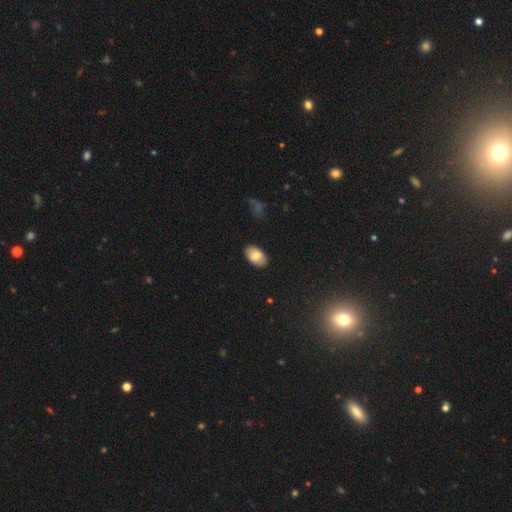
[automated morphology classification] The model was most divided on "smooth or featured": smooth: 76%, featured or disk: 18%, star or artifact: 7%. More confident: how rounded — in between (93%); merging — none (86%).